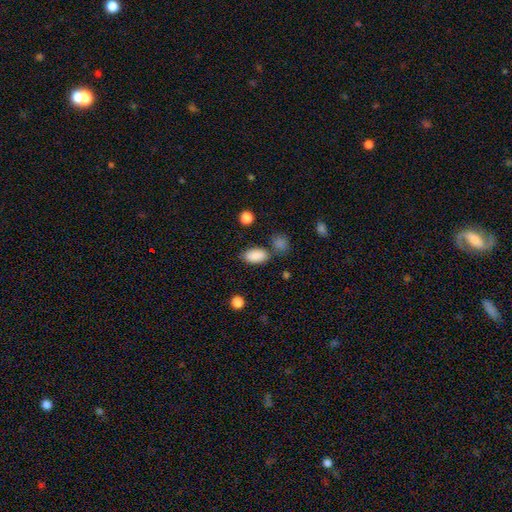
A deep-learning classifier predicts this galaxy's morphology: A smooth galaxy with no disk features (88%) that is in between round and cigar-shaped (93%). Merging: none (73%).